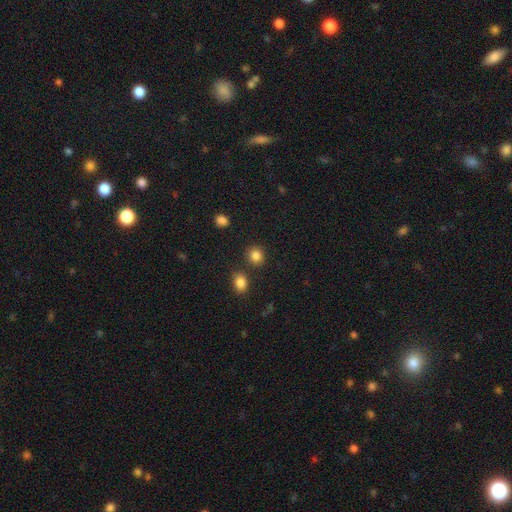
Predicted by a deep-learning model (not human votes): Overall: smooth (85%). How rounded: round (85%). Merging: none (83%).